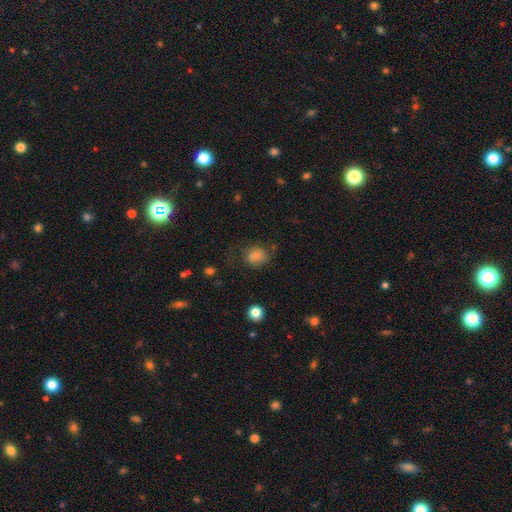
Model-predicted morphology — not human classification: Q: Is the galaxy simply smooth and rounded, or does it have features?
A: smooth — 74%.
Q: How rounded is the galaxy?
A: round — 52%.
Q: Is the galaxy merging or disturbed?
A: none — 54%.